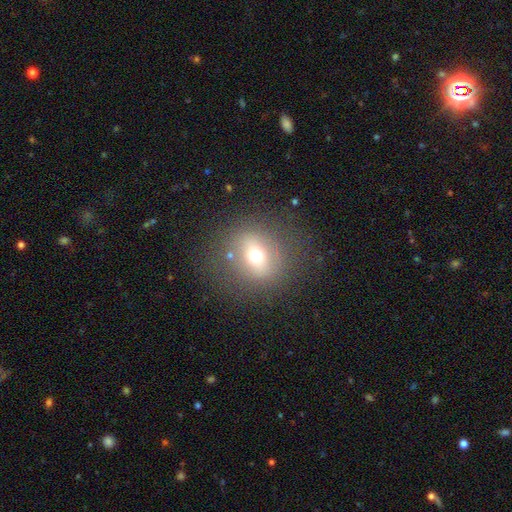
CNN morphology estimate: Smooth or featured? smooth (55%)
How rounded? round (76%)
Merging? none (80%)